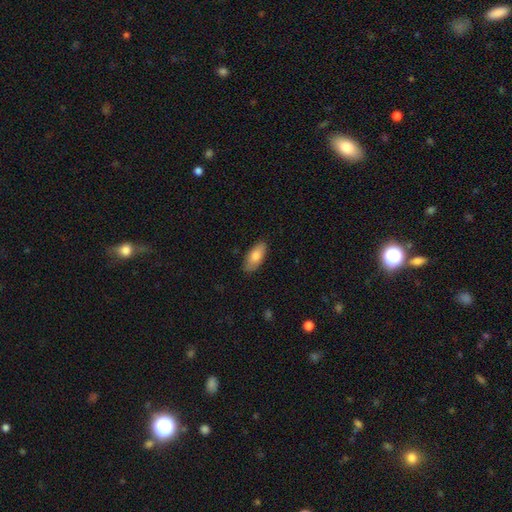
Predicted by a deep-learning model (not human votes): Smooth or featured? smooth (81%)
How rounded? in between (88%)
Merging? none (84%)